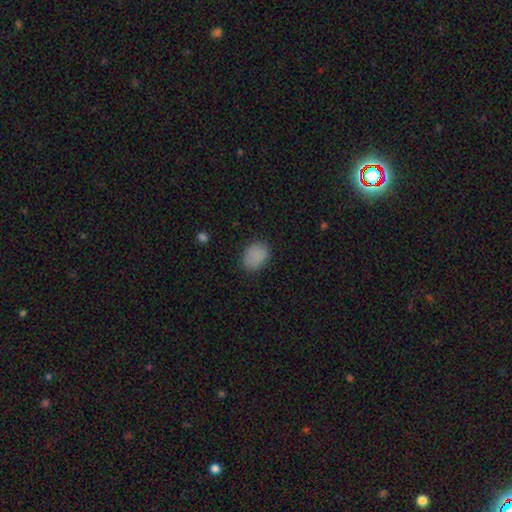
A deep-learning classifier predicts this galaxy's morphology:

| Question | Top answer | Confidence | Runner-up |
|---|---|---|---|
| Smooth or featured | smooth | 85% | star or artifact (10%) |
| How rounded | in between | 61% | round (38%) |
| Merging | none | 79% | minor disturbance (16%) |